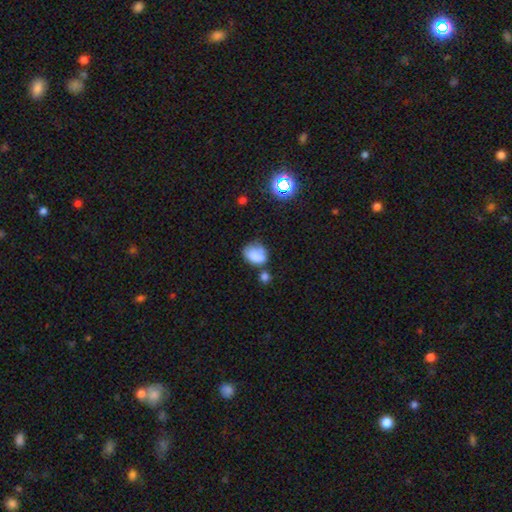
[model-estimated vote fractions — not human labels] Overall: smooth (72%). How rounded: in between (62%; round 36%). Merging: none (41%; minor disturbance 28%).